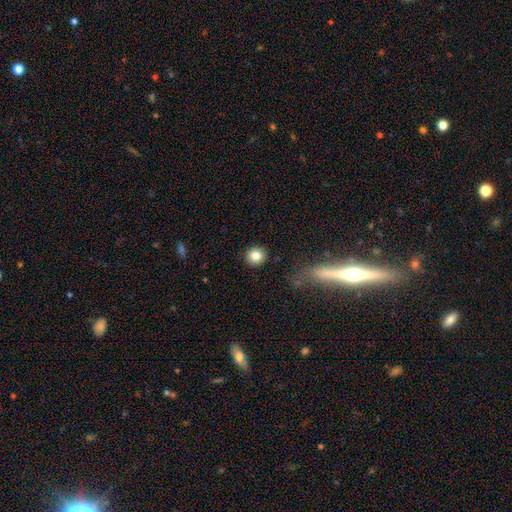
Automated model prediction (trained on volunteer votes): Q: Smooth or featured?
A: smooth (83%); runner-up: star or artifact (10%)
Q: How rounded?
A: round (89%); runner-up: in between (10%)
Q: Merging?
A: none (90%); runner-up: minor disturbance (6%)